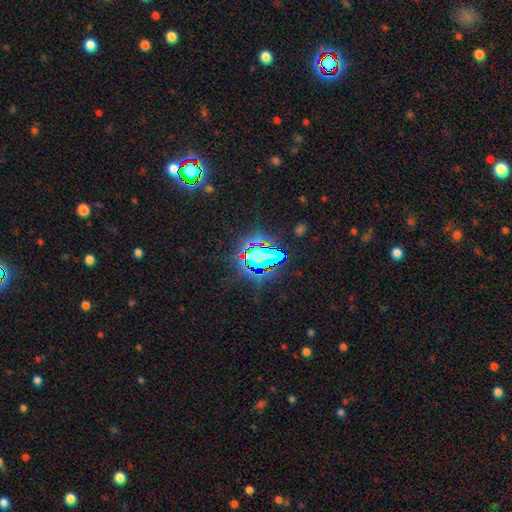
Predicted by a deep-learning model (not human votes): Smooth or featured? star or artifact (69%)